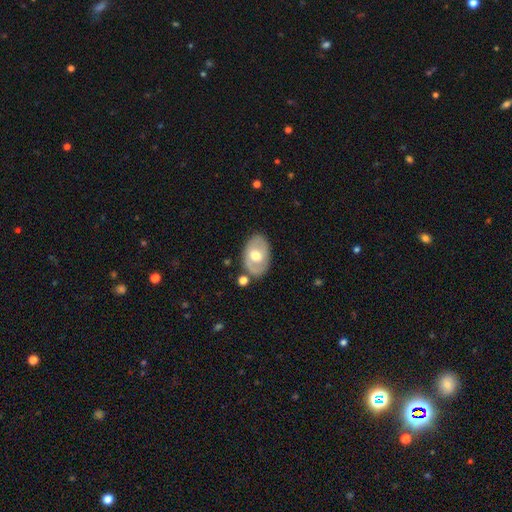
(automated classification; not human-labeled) Q: Smooth or featured?
A: featured or disk (51%); runner-up: smooth (43%)
Q: Edge-on disk?
A: no (91%); runner-up: yes (9%)
Q: Merging?
A: none (74%); runner-up: minor disturbance (16%)